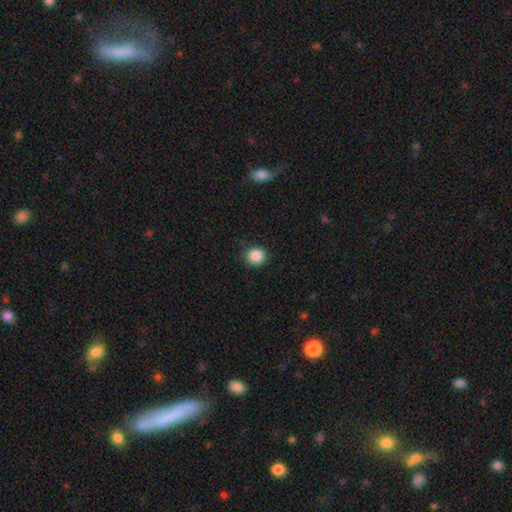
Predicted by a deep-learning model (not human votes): This appears to be a smooth galaxy with no disk features (87%) that is round (88%). Merging: none (88%).